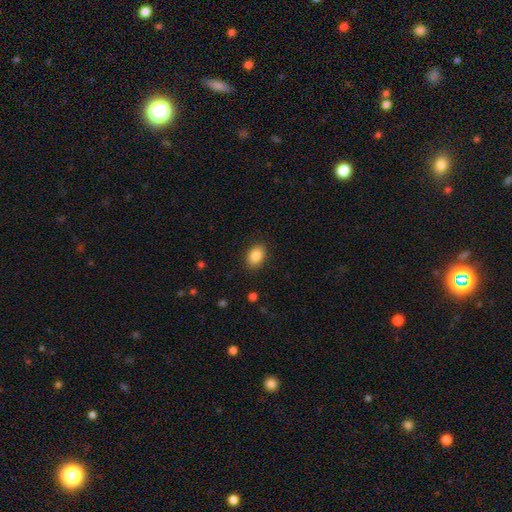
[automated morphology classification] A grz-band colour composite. It shows a smooth galaxy with no disk features (87%) that is in between round and cigar-shaped (83%). Merging: none (88%).